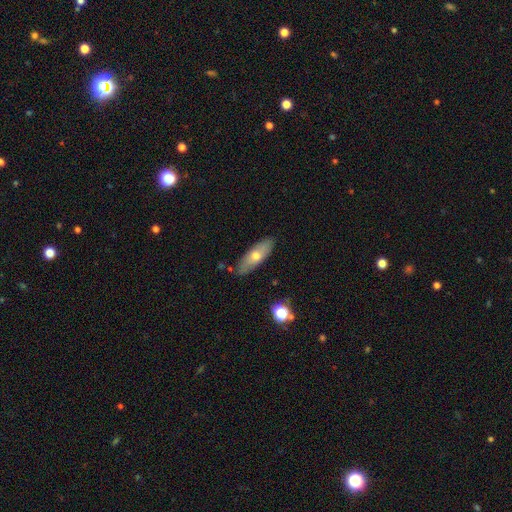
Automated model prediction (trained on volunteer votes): Overall: smooth (62%; featured or disk 31%). How rounded: in between (59%; cigar-shaped 39%). Merging: none (83%).